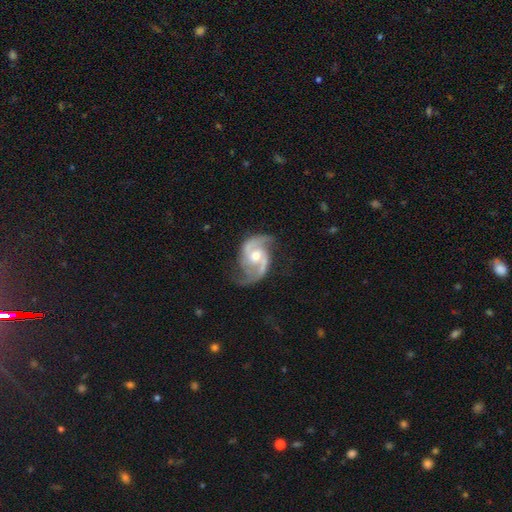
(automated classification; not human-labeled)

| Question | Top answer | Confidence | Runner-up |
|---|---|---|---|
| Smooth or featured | featured or disk | 91% | smooth (5%) |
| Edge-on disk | no | 98% | yes (2%) |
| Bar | no | 48% | weak (41%) |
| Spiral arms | yes | 98% | no (2%) |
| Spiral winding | medium | 56% | loose (28%) |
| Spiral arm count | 2 | 92% | can't tell (2%) |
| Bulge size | moderate | 71% | small (19%) |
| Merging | none | 70% | minor disturbance (19%) |